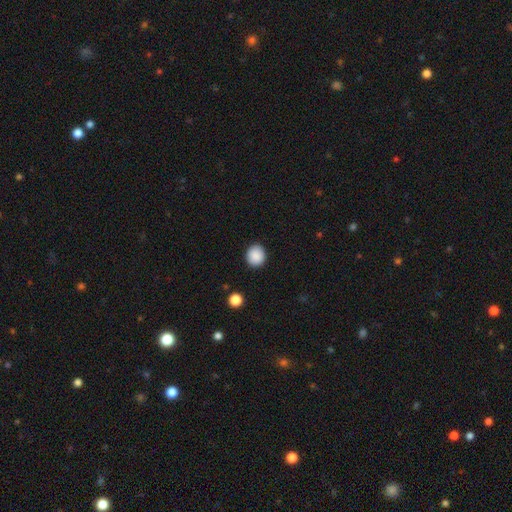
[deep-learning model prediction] Morphology: type=smooth (89%); roundness=round (82%); merging=none (91%).